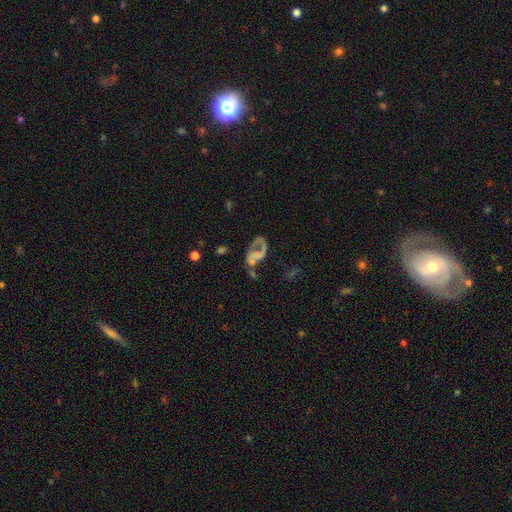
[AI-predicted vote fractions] smooth_or_featured: featured or disk (p=0.57) [alt: smooth p=0.29]
disk_edge_on: no (p=0.97) [alt: yes p=0.03]
bar: no (p=0.78) [alt: weak p=0.16]
has_spiral_arms: no (p=0.55) [alt: yes p=0.45]
bulge_size: none (p=0.68) [alt: small p=0.14]
merging: major disturbance (p=0.41) [alt: none p=0.23]